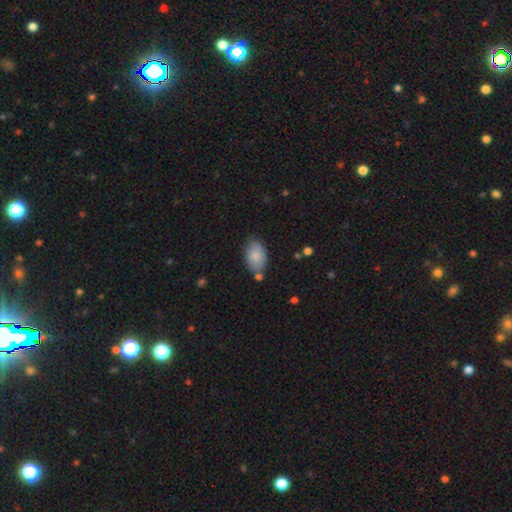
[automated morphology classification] Overall: smooth (83%). How rounded: in between (92%). Merging: none (69%).